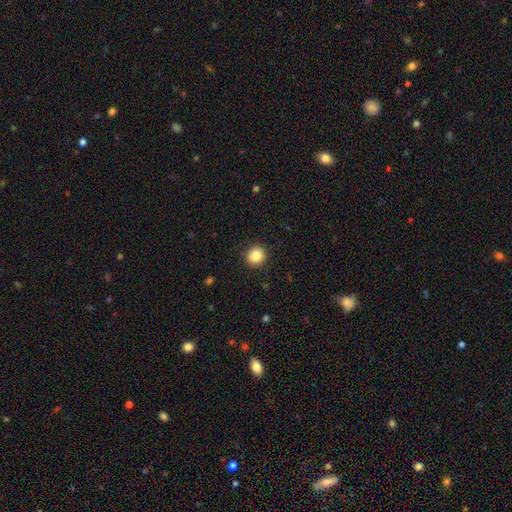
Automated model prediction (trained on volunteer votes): A smooth galaxy with no disk features (86%) that is round (90%).

Vote fractions:
- Smooth or featured? smooth: 86% / star or artifact: 10% / featured or disk: 5%
- How rounded? round: 90% / in between: 9% / cigar-shaped: 1%
- Merging? none: 91% / minor disturbance: 6% / major disturbance: 2% / merger: 1%